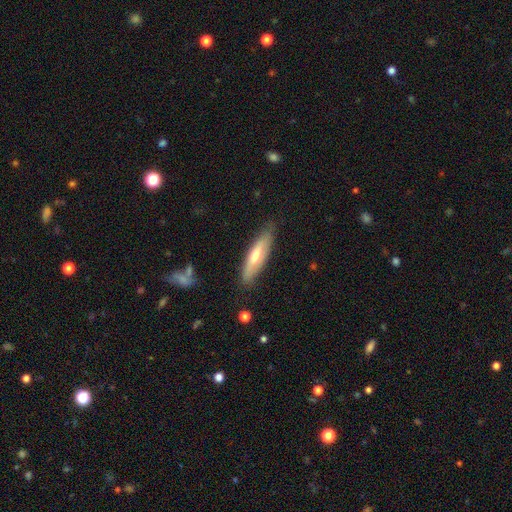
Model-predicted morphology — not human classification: type=smooth (52%); roundness=cigar-shaped (67%); merging=none (81%).